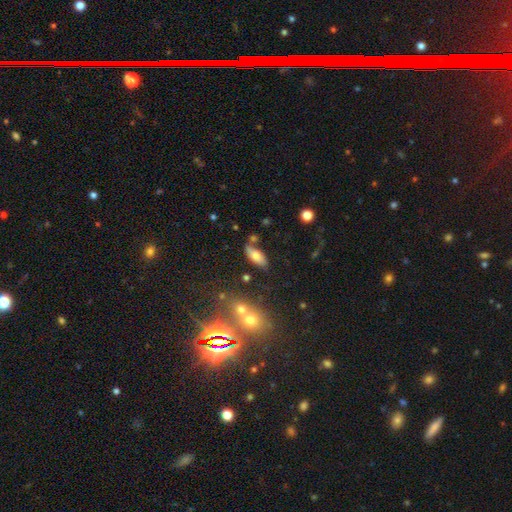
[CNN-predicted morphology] Smooth or featured? Predicted: smooth (p=0.71). How rounded? Predicted: in between (p=0.81). Merging? Predicted: none (p=0.67).